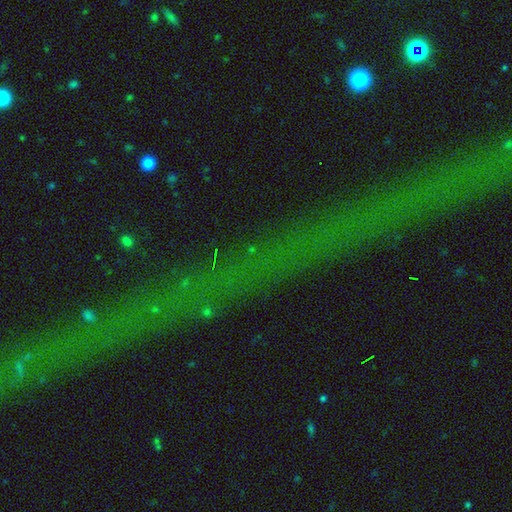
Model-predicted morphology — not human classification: Q: Smooth or featured?
A: star or artifact (67%); runner-up: featured or disk (20%)